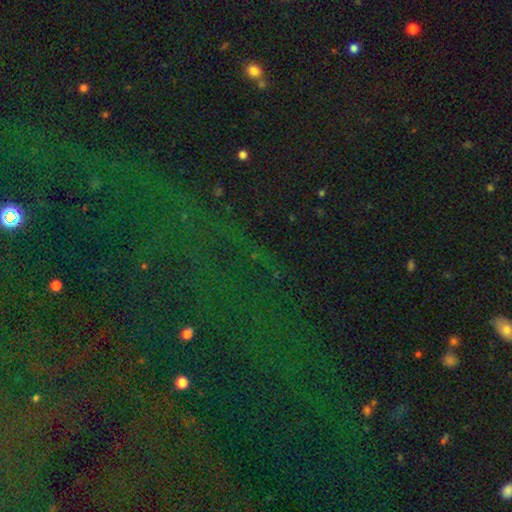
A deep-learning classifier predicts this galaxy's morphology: A star or artifact, not a galaxy (81%).

Vote fractions:
- Smooth or featured? star or artifact: 81% / smooth: 11% / featured or disk: 8%